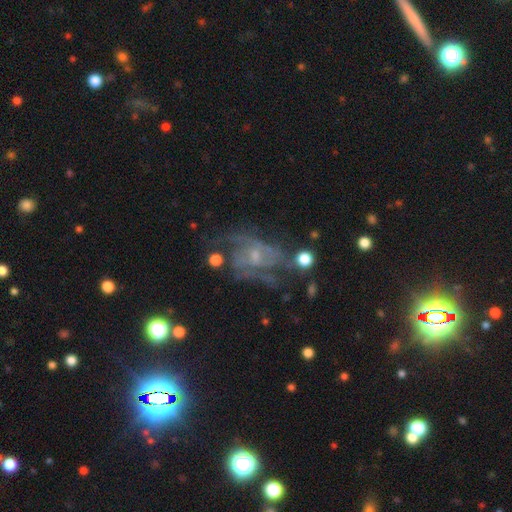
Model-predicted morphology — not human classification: A featured or disk galaxy (76%) with no bar (58%), medium (46%) spiral arms (82%) and a small central bulge (63%).

Vote fractions:
- Smooth or featured? featured or disk: 76% / star or artifact: 13% / smooth: 11%
- Edge-on disk? no: 97% / yes: 3%
- Bar? no: 58% / weak: 35% / strong: 7%
- Spiral arms? yes: 82% / no: 18%
- Spiral winding? medium: 46% / tight: 27% / loose: 27%
- Spiral arm count? can't tell: 36% / 2: 28% / 3: 17% / 4: 8% / 1: 6% / more than 4: 5%
- Bulge size? small: 63% / moderate: 24% / none: 10% / large: 2% / dominant: 1%
- Merging? none: 47% / major disturbance: 27% / minor disturbance: 20% / merger: 6%